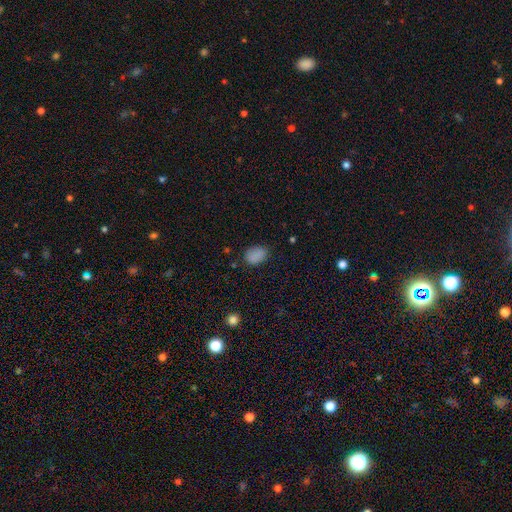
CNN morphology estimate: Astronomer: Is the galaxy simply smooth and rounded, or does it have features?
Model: smooth — 86%.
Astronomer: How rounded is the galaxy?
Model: in between — 82%.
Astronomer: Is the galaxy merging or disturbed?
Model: none — 79%.